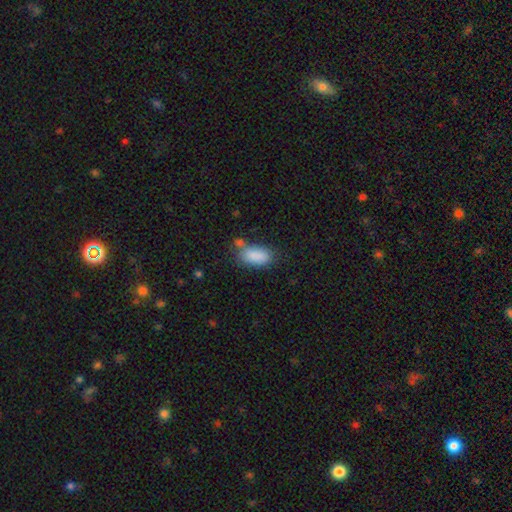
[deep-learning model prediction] A smooth galaxy with no disk features (87%) that is in between round and cigar-shaped (91%). Merging: none (59%).